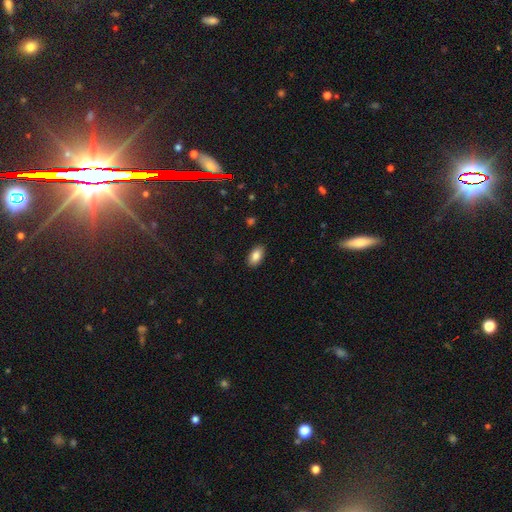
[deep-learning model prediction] smooth_or_featured: smooth (p=0.85) [alt: star or artifact p=0.08]
how_rounded: in between (p=0.93) [alt: round p=0.04]
merging: none (p=0.89) [alt: minor disturbance p=0.08]